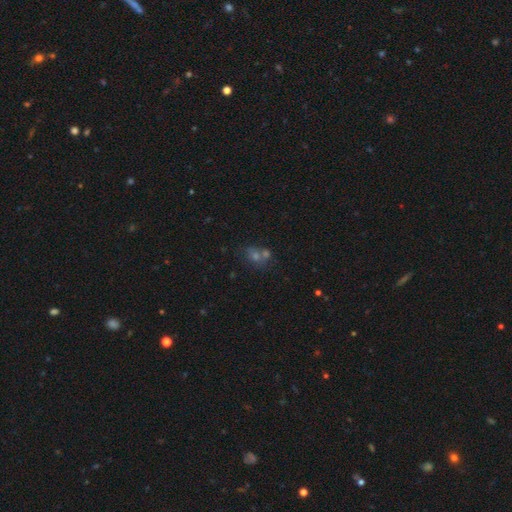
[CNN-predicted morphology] Smooth or featured: smooth — 53% (star or artifact — 30%)
How rounded: round — 62% (in between — 36%)
Merging: none — 49% (merger — 36%)